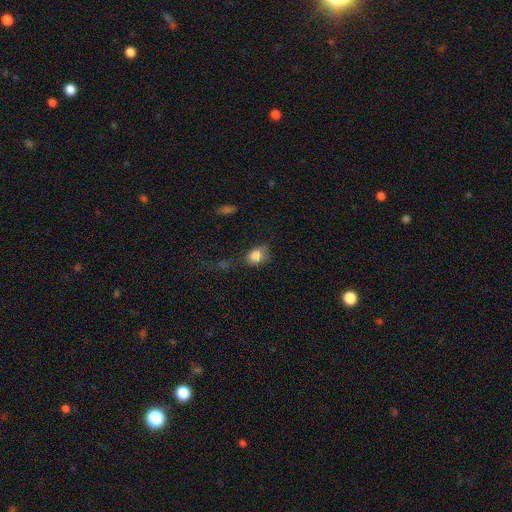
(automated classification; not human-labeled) smooth-or-featured: smooth: 82% | star or artifact: 10% | featured or disk: 8%
  how-rounded: in between: 65% | round: 33% | cigar-shaped: 2%
  merging: none: 46% | minor disturbance: 30% | major disturbance: 18% | merger: 6%